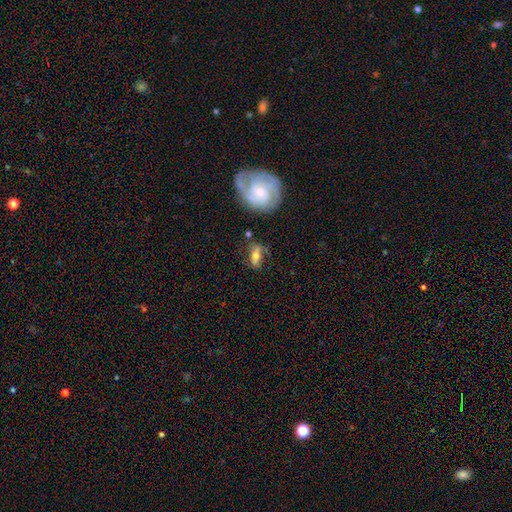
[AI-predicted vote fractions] This is possibly a featured or disk galaxy (45%, tied with smooth). Merging: possibly none (57%).